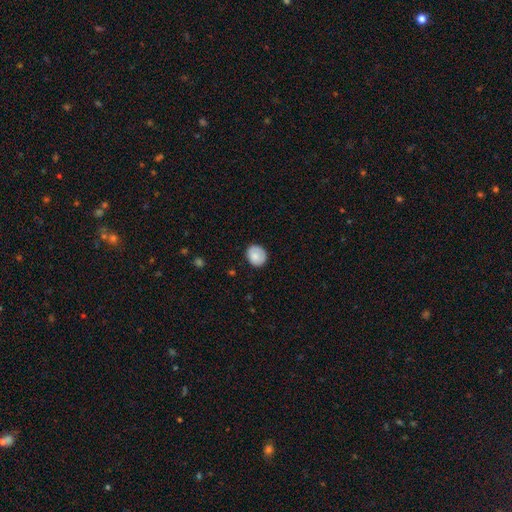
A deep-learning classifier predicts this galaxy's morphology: Overall: smooth (83%). How rounded: round (70%). Merging: none (83%).